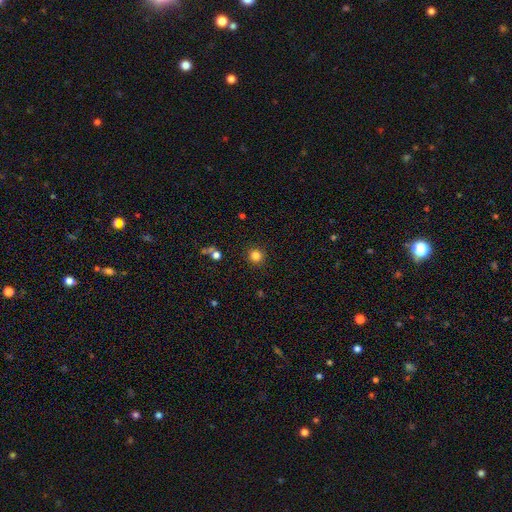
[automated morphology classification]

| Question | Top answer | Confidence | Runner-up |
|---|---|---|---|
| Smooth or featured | smooth | 82% | star or artifact (13%) |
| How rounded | round | 94% | in between (5%) |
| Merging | none | 91% | minor disturbance (6%) |